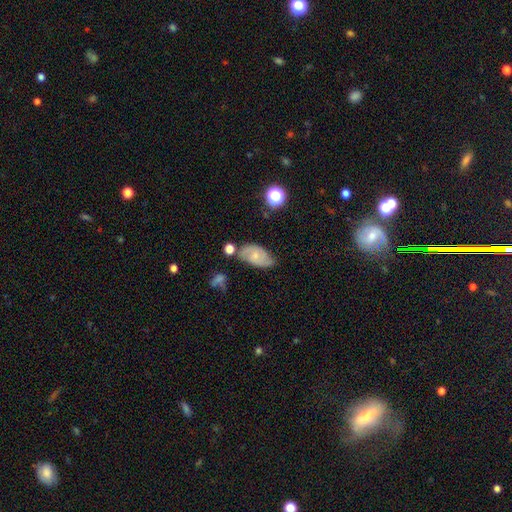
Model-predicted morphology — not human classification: smooth-or-featured: featured or disk: 56% | smooth: 36% | star or artifact: 9%
  disk-edge-on: no: 95% | yes: 5%
    bar: no: 66% | weak: 29% | strong: 5%
    has-spiral-arms: yes: 84% | no: 16%
    bulge-size: small: 60% | moderate: 32% | none: 5% | large: 2% | dominant: 1%
  merging: none: 55% | minor disturbance: 29% | major disturbance: 9% | merger: 8%